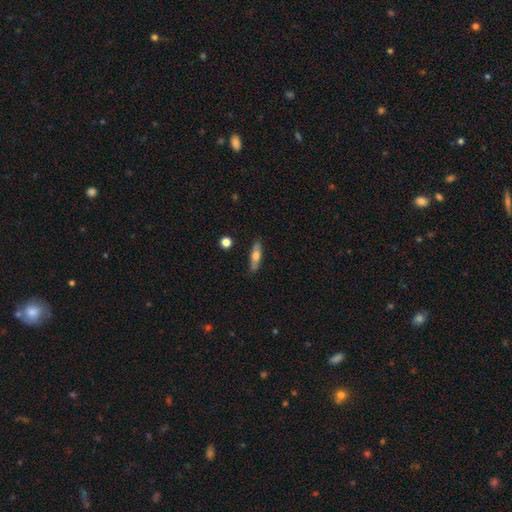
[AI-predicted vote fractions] Smooth or featured? Predicted: smooth (p=0.61). How rounded? Predicted: cigar-shaped (p=0.63). Merging? Predicted: none (p=0.84).